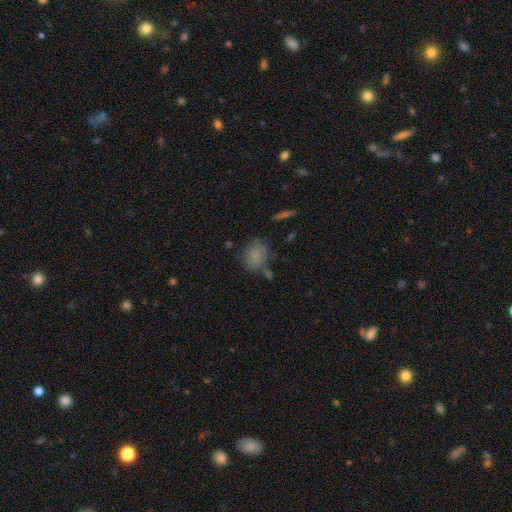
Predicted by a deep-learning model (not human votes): This appears to be a smooth galaxy with no disk features (81%) that is round (52%). Merging: none (66%).